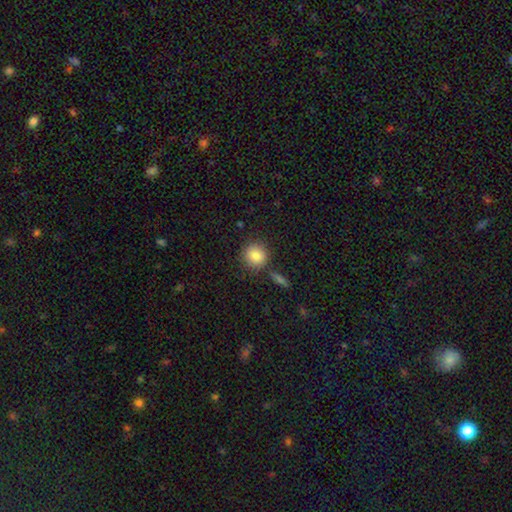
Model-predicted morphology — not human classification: The model was most divided on "merging": none: 81%, minor disturbance: 9%, merger: 7%, major disturbance: 3%. More confident: how rounded — round (91%); smooth or featured — smooth (84%).